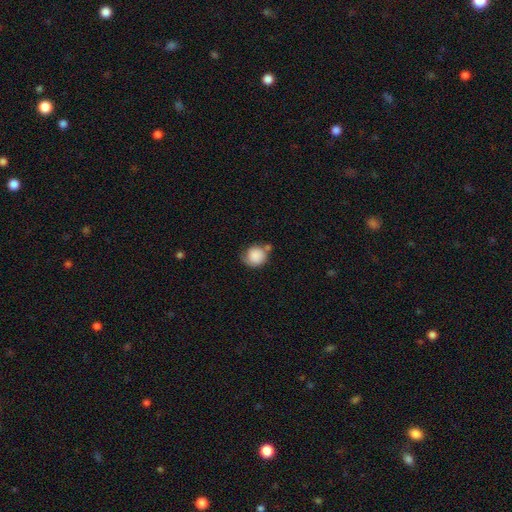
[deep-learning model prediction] A smooth galaxy with no disk features (82%) that is round (85%). Merging: none (47%).